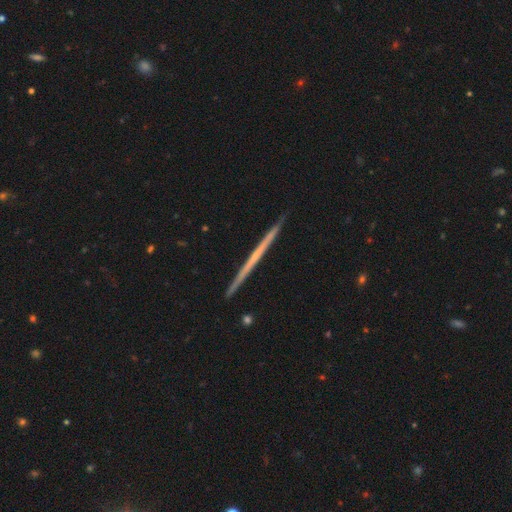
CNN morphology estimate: smooth-or-featured: featured or disk: 68% | smooth: 27% | star or artifact: 5%
  disk-edge-on: yes: 98% | no: 2%
    edge-on-bulge: none: 87% | rounded: 10% | boxy: 3%
  merging: none: 92% | minor disturbance: 5% | merger: 1% | major disturbance: 1%